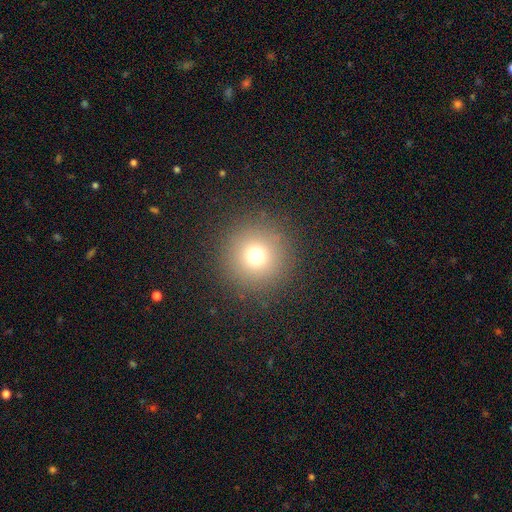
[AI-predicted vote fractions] Q: Smooth or featured?
A: smooth (71%); runner-up: star or artifact (20%)
Q: How rounded?
A: round (96%); runner-up: in between (3%)
Q: Merging?
A: none (90%); runner-up: minor disturbance (5%)